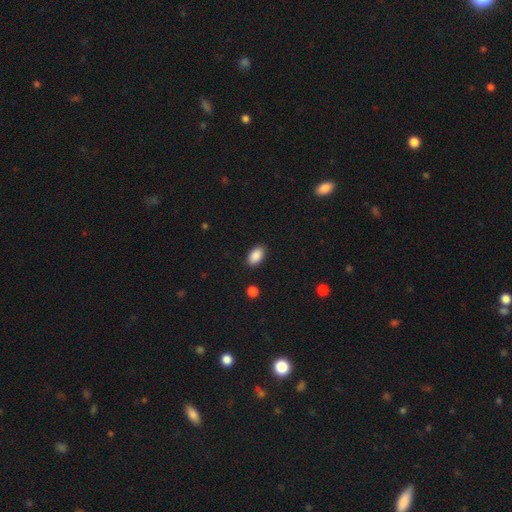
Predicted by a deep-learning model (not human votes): This appears to be a smooth galaxy with no disk features (89%) that is in between round and cigar-shaped (93%). Merging: none (88%).